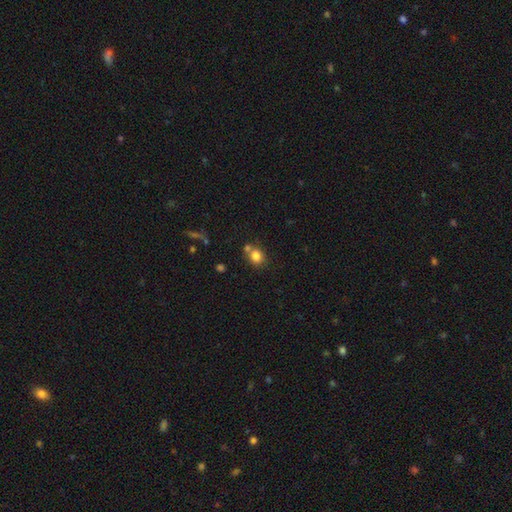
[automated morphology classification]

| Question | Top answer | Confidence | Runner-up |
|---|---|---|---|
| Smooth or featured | smooth | 81% | star or artifact (11%) |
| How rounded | round | 69% | in between (30%) |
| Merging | none | 58% | merger (26%) |